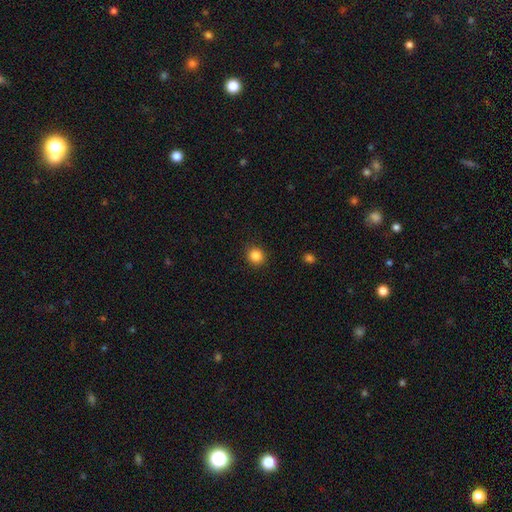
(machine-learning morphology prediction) Smooth or featured?
  - smooth: 85% *
  - star or artifact: 11%
  - featured or disk: 4%
How rounded?
  - round: 89% *
  - in between: 10%
  - cigar-shaped: 1%
Merging?
  - none: 91% *
  - minor disturbance: 6%
  - major disturbance: 2%
  - merger: 1%